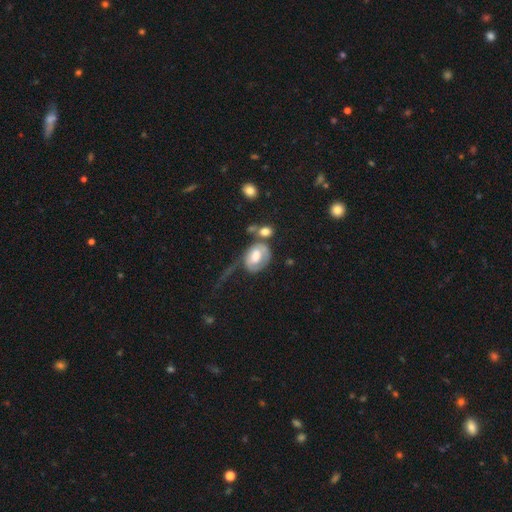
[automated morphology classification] Smooth or featured? Predicted: featured or disk (p=0.48). Merging? Predicted: major disturbance (p=0.34).